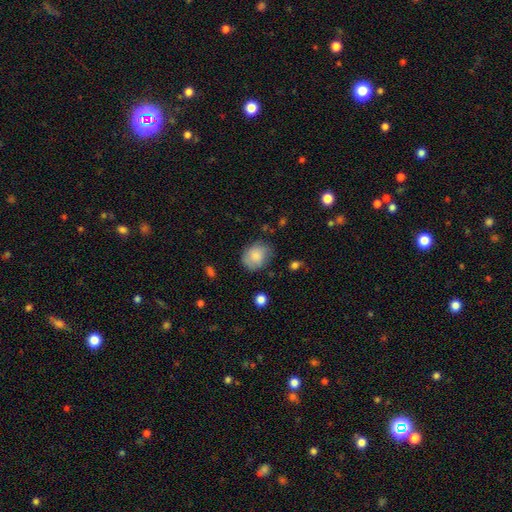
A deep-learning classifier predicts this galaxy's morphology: A smooth galaxy with no disk features (80%) that is round (54%). Merging: none (66%).